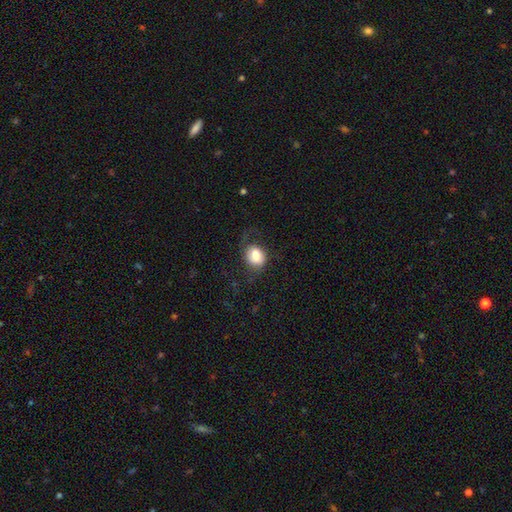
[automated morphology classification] Smooth or featured?
  - smooth: 74% *
  - featured or disk: 17%
  - star or artifact: 8%
How rounded?
  - in between: 54% *
  - round: 45%
  - cigar-shaped: 1%
Merging?
  - none: 57% *
  - minor disturbance: 21%
  - major disturbance: 20%
  - merger: 2%